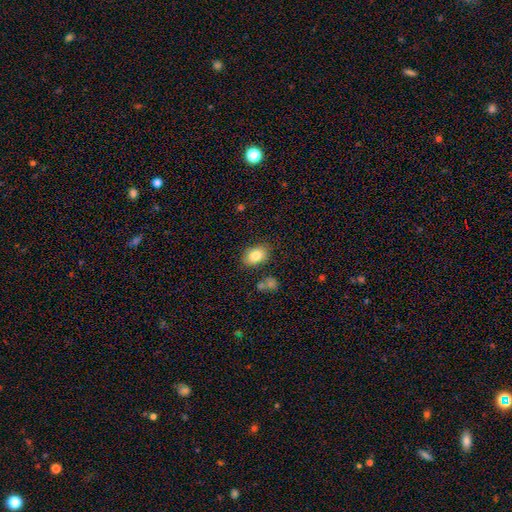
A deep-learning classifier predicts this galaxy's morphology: type=smooth (83%); roundness=in between (83%); merging=none (81%).